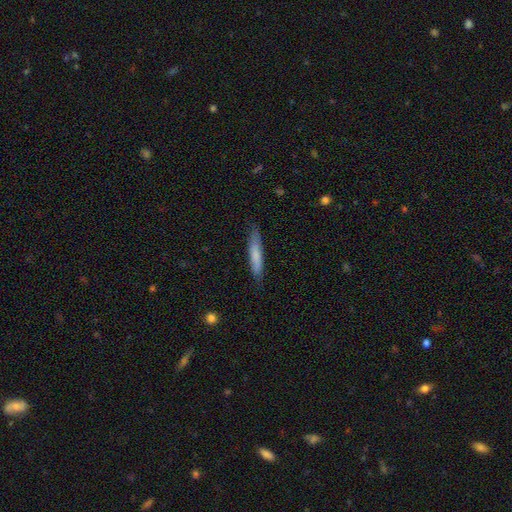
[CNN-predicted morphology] Q: Smooth or featured?
A: smooth (73%); runner-up: featured or disk (22%)
Q: How rounded?
A: cigar-shaped (90%); runner-up: in between (9%)
Q: Merging?
A: none (83%); runner-up: minor disturbance (14%)